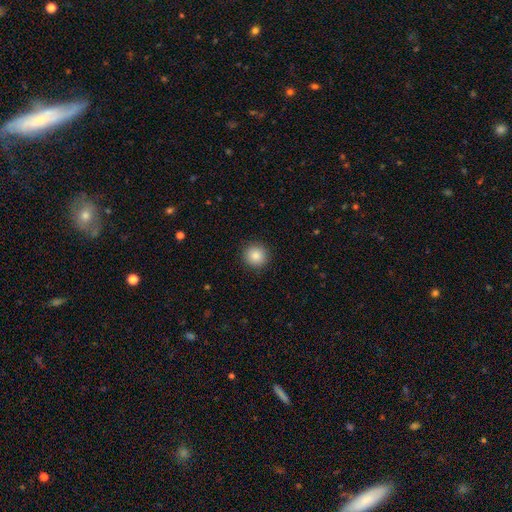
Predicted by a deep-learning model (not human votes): smooth-or-featured: smooth: 86% | star or artifact: 9% | featured or disk: 5%
  how-rounded: round: 94% | in between: 5% | cigar-shaped: 1%
  merging: none: 92% | minor disturbance: 6% | major disturbance: 2% | merger: 1%